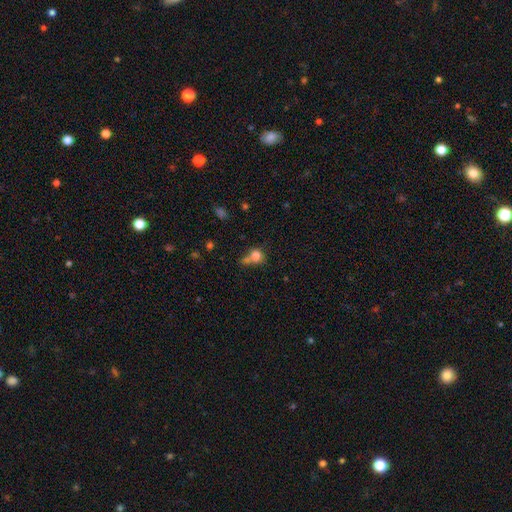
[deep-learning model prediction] Smooth or featured?
  - smooth: 79% *
  - star or artifact: 12%
  - featured or disk: 9%
How rounded?
  - round: 74% *
  - in between: 25%
  - cigar-shaped: 1%
Merging?
  - merger: 41% *
  - none: 38%
  - minor disturbance: 14%
  - major disturbance: 8%